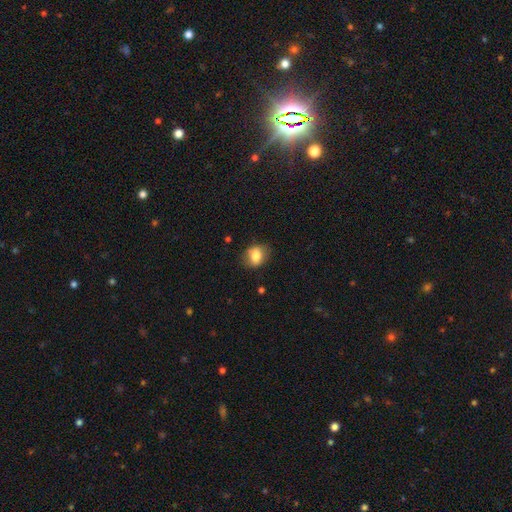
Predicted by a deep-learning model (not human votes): smooth_or_featured: smooth (p=0.77) [alt: featured or disk p=0.14]
how_rounded: in between (p=0.55) [alt: round p=0.44]
merging: none (p=0.74) [alt: minor disturbance p=0.19]